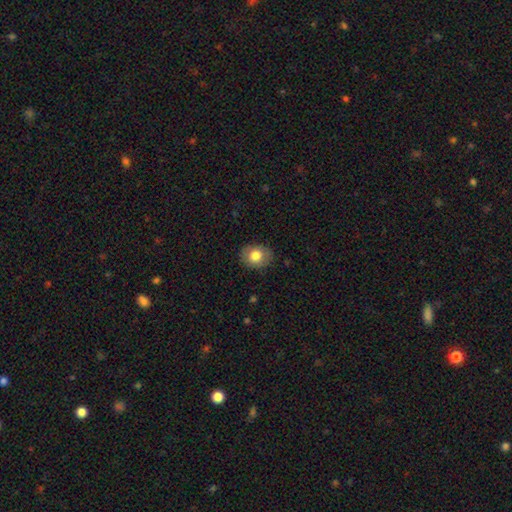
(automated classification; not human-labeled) This appears to be a smooth galaxy with no disk features (78%) that is in between round and cigar-shaped (53%). Merging: none (85%).